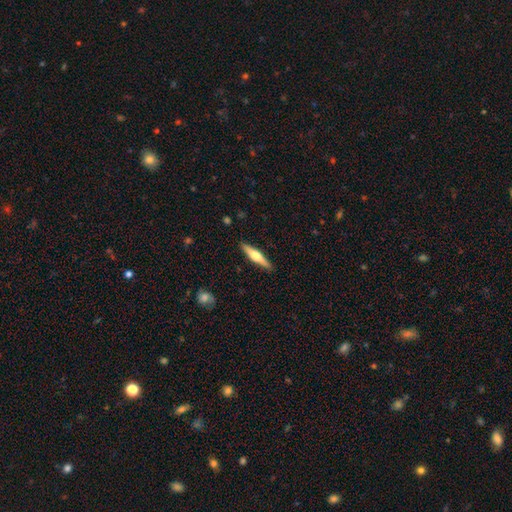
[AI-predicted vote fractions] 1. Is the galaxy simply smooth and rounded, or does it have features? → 58% featured or disk, 37% smooth, 5% star or artifact.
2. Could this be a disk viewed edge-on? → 96% yes, 4% no.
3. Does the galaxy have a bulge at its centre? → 94% rounded, 3% boxy, 3% none.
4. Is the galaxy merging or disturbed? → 91% none, 7% minor disturbance, 1% major disturbance, 1% merger.